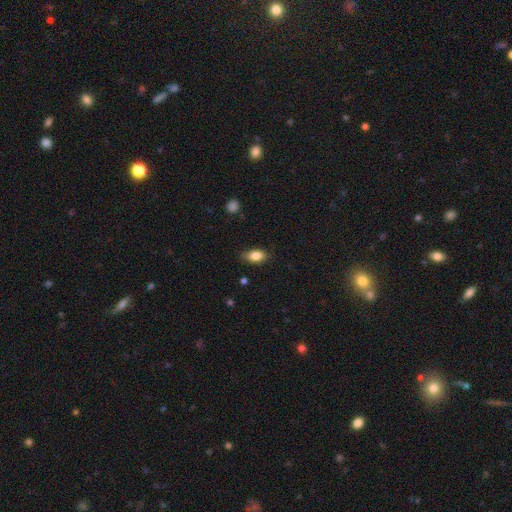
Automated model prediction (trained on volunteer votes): A smooth galaxy with no disk features (84%) that is in between round and cigar-shaped (87%).

Vote fractions:
- Smooth or featured? smooth: 84% / featured or disk: 8% / star or artifact: 8%
- How rounded? in between: 87% / round: 7% / cigar-shaped: 5%
- Merging? none: 81% / minor disturbance: 15% / major disturbance: 3% / merger: 1%